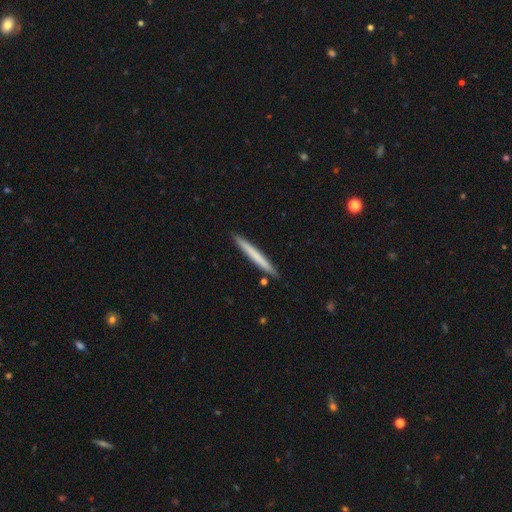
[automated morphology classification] Smooth or featured: smooth — 63% (featured or disk — 32%)
How rounded: cigar-shaped — 97% (in between — 2%)
Merging: none — 91% (minor disturbance — 6%)